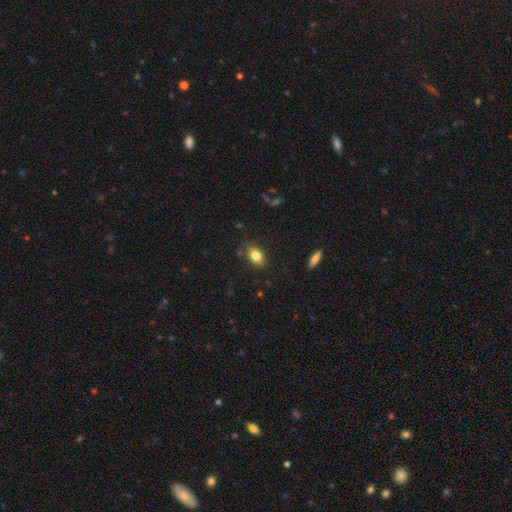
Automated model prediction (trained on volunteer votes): A smooth galaxy with no disk features (81%) that is in between round and cigar-shaped (85%). Merging: none (83%).